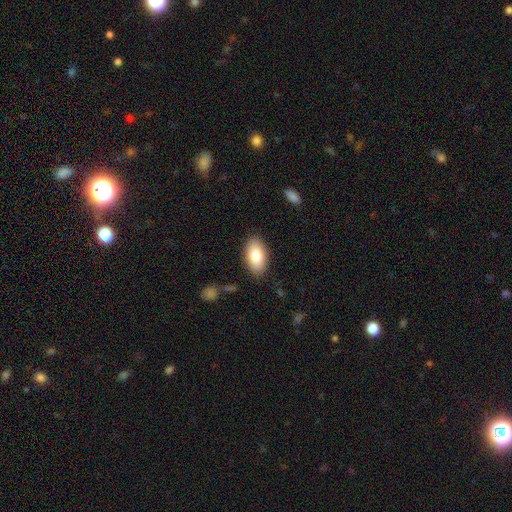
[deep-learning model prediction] Morphology: type=smooth (83%); roundness=in between (95%); merging=none (86%).